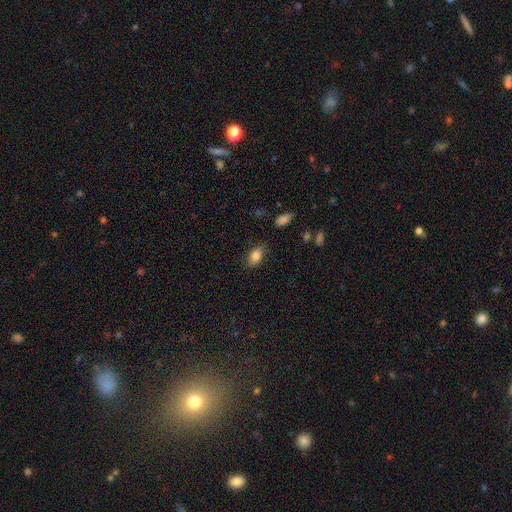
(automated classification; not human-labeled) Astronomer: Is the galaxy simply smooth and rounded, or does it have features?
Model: smooth — 85%.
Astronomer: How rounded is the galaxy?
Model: in between — 87%.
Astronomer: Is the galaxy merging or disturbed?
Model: none — 80%.